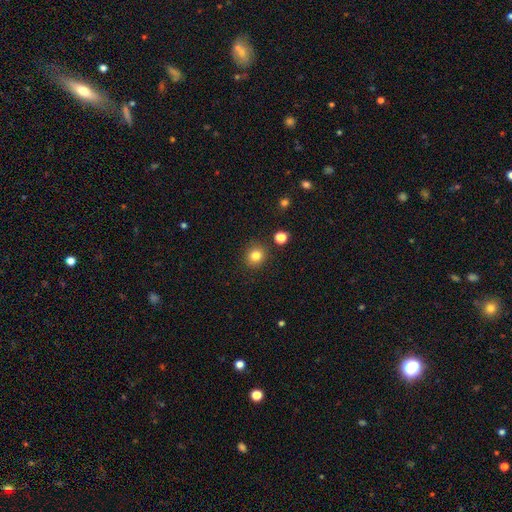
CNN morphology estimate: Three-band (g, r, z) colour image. It shows a smooth galaxy with no disk features (82%) that is round (88%). Merging: none (89%).